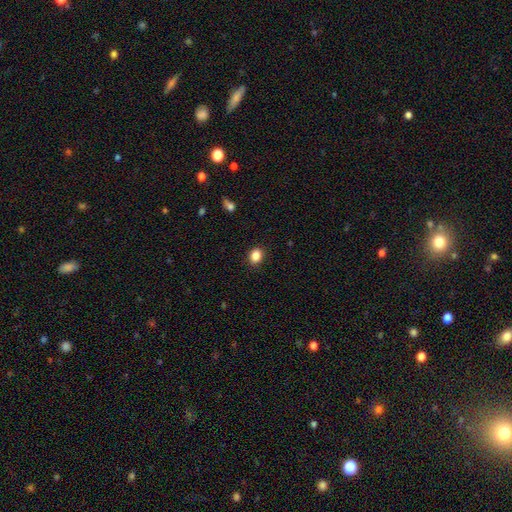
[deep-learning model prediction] This is clearly a smooth galaxy (86%). How rounded: possibly round (51%). Merging: clearly none (90%).